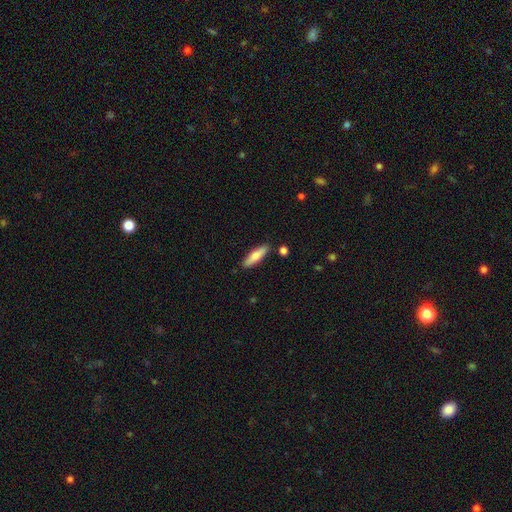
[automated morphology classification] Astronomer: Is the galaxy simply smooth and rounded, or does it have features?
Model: smooth — 72%.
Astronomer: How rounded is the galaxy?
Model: cigar-shaped — 68%.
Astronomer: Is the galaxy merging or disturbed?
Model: none — 86%.